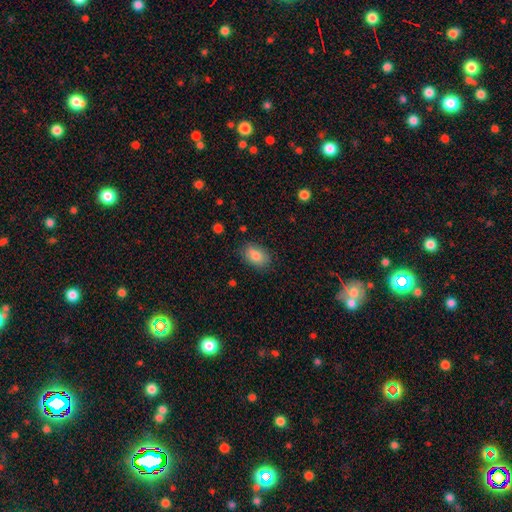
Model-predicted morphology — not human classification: smooth_or_featured: smooth (p=0.82) [alt: featured or disk p=0.10]
how_rounded: in between (p=0.83) [alt: round p=0.16]
merging: none (p=0.80) [alt: minor disturbance p=0.15]